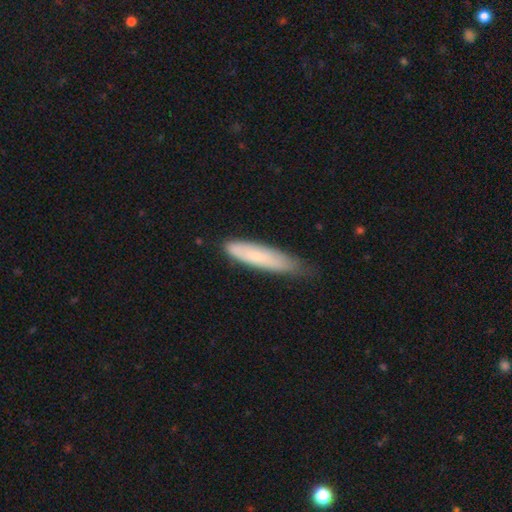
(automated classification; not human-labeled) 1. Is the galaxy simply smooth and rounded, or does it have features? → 67% smooth, 26% featured or disk, 6% star or artifact.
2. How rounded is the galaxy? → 77% cigar-shaped, 21% in between, 1% round.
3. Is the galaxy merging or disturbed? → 58% none, 34% minor disturbance, 6% major disturbance, 2% merger.